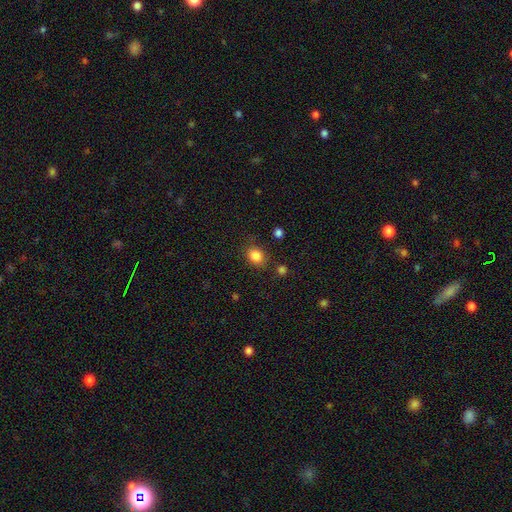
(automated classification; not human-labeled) Smooth or featured? smooth (85%)
How rounded? round (60%)
Merging? none (77%)